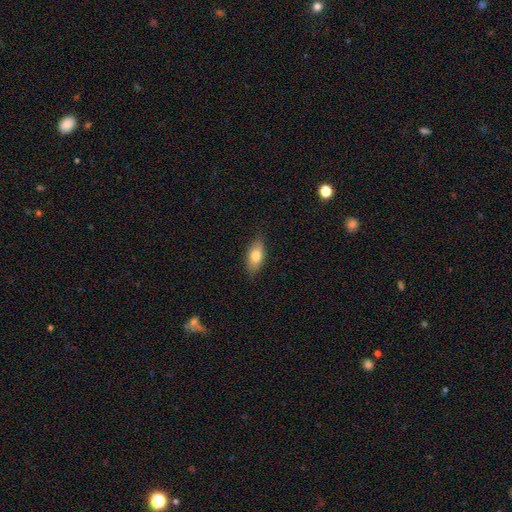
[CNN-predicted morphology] Smooth or featured?
  - smooth: 75% *
  - featured or disk: 18%
  - star or artifact: 7%
How rounded?
  - in between: 85% *
  - cigar-shaped: 10%
  - round: 5%
Merging?
  - none: 82% *
  - minor disturbance: 14%
  - major disturbance: 3%
  - merger: 1%